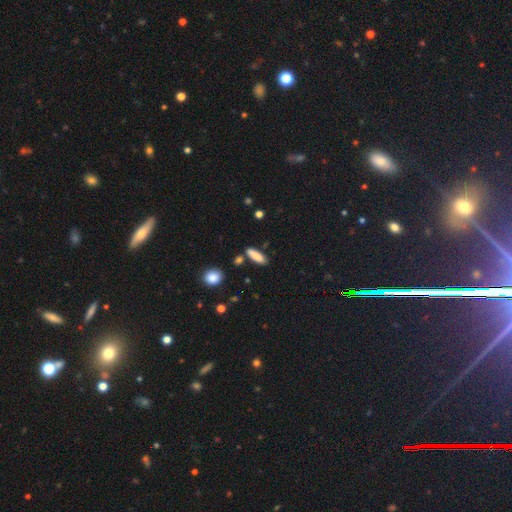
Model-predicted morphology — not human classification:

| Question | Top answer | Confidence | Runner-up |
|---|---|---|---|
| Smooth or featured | smooth | 84% | featured or disk (9%) |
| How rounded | cigar-shaped | 52% | in between (46%) |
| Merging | none | 79% | minor disturbance (12%) |